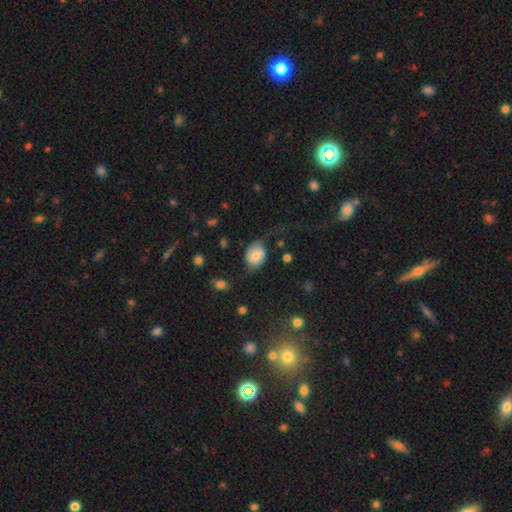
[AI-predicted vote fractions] smooth-or-featured: smooth: 59% | featured or disk: 33% | star or artifact: 8%
  how-rounded: in between: 60% | round: 39% | cigar-shaped: 1%
  merging: none: 49% | minor disturbance: 26% | major disturbance: 22% | merger: 3%